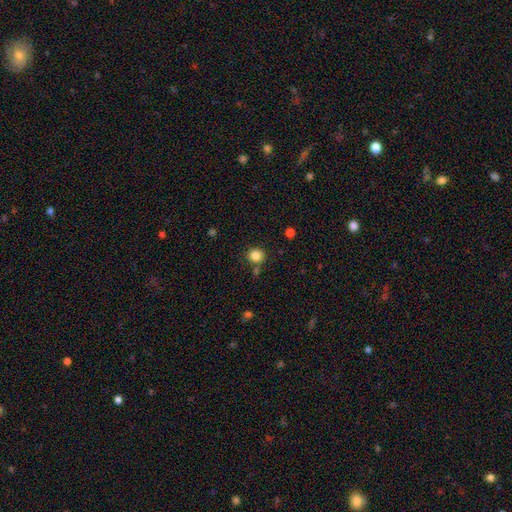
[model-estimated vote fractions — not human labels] Overall: smooth (84%). How rounded: round (89%). Merging: none (81%).